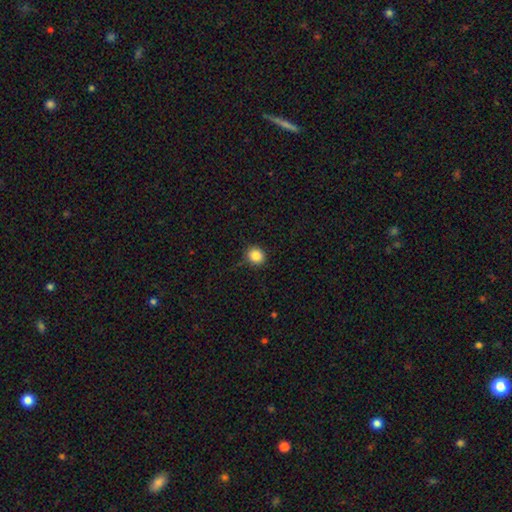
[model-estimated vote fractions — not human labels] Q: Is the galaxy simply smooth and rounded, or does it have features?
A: smooth — 86%.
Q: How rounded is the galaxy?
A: round — 81%.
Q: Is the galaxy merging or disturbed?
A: none — 87%.